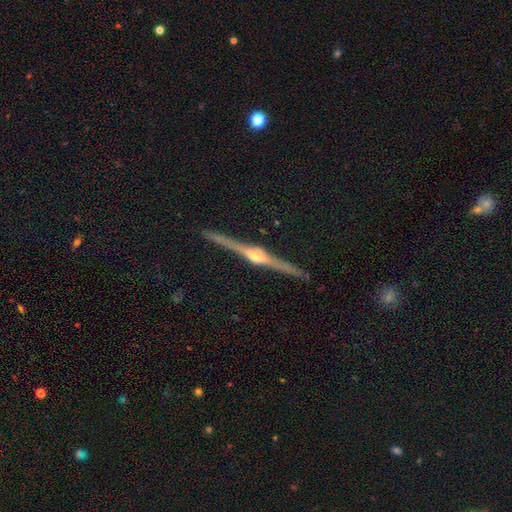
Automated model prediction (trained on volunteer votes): Q: Smooth or featured?
A: featured or disk (87%); runner-up: smooth (7%)
Q: Edge-on disk?
A: yes (98%); runner-up: no (2%)
Q: Edge-on bulge?
A: rounded (90%); runner-up: boxy (7%)
Q: Merging?
A: none (91%); runner-up: minor disturbance (7%)